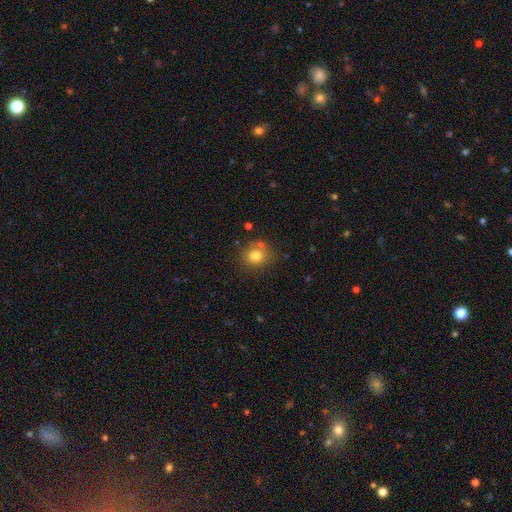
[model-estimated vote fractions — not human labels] The model was most divided on "how rounded": round: 77%, in between: 22%, cigar-shaped: 1%. More confident: smooth or featured — smooth (79%); merging — none (72%).